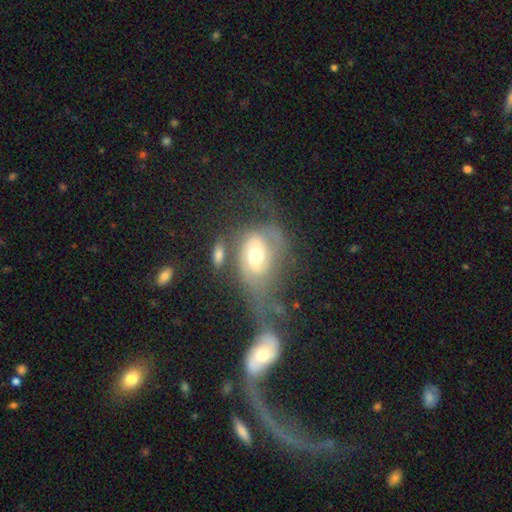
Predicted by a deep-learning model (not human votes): Smooth or featured? Predicted: featured or disk (p=0.70). Edge-on disk? Predicted: no (p=0.95). Bar? Predicted: no (p=0.61). Spiral arms? Predicted: yes (p=0.80). Spiral winding? Predicted: medium (p=0.39). Spiral arm count? Predicted: 2 (p=0.62). Bulge size? Predicted: moderate (p=0.69). Merging? Predicted: major disturbance (p=0.37).